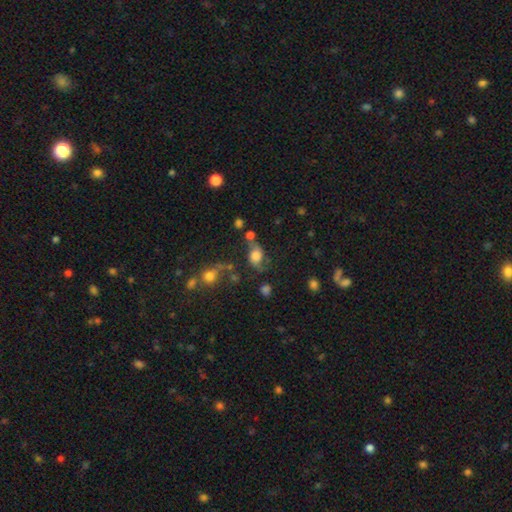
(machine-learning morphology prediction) Overall: smooth (54%; featured or disk 32%). How rounded: in between (54%; round 44%). Merging: none (41%; minor disturbance 23%).